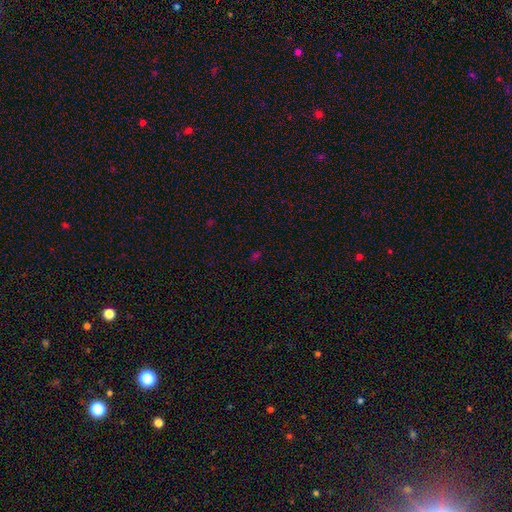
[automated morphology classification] Overall: star or artifact (50%; smooth 43%).